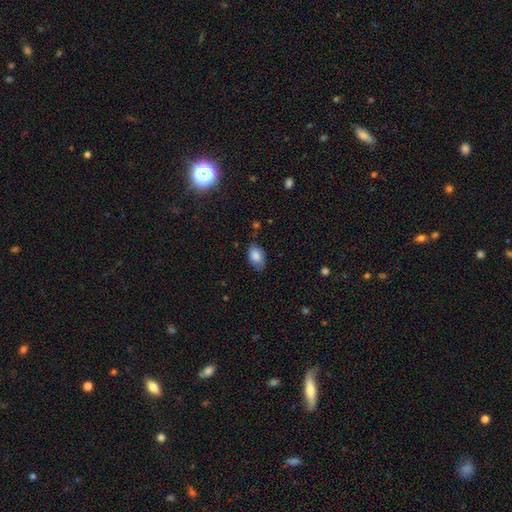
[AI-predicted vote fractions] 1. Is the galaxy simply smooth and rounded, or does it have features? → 78% smooth, 14% featured or disk, 8% star or artifact.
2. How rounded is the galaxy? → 89% in between, 10% round, 1% cigar-shaped.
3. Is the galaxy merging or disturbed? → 63% none, 29% minor disturbance, 6% major disturbance, 2% merger.